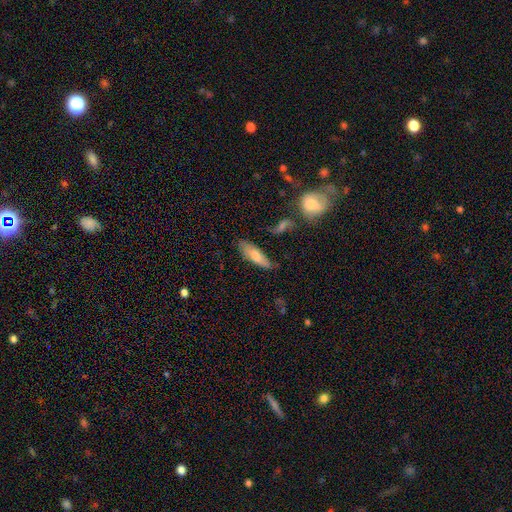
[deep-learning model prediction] Overall: smooth (71%). How rounded: in between (56%; cigar-shaped 42%). Merging: none (69%).